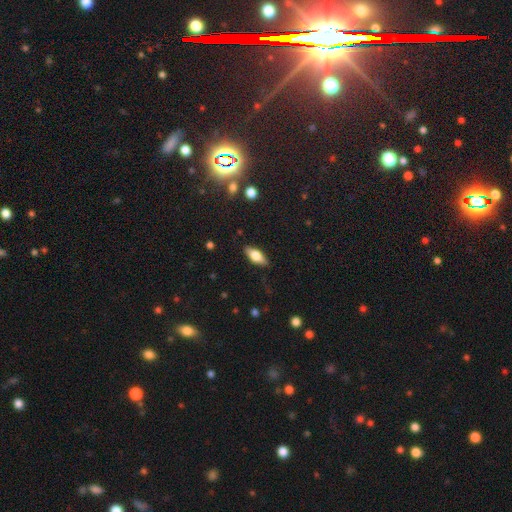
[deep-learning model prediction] smooth_or_featured: smooth (p=0.66) [alt: featured or disk p=0.28]
how_rounded: in between (p=0.77) [alt: cigar-shaped p=0.20]
merging: none (p=0.86) [alt: minor disturbance p=0.11]